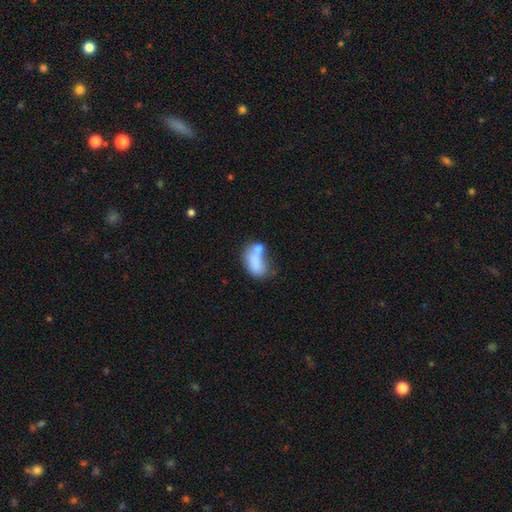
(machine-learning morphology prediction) type=smooth (69%); roundness=in between (88%); merging=merger (49%).